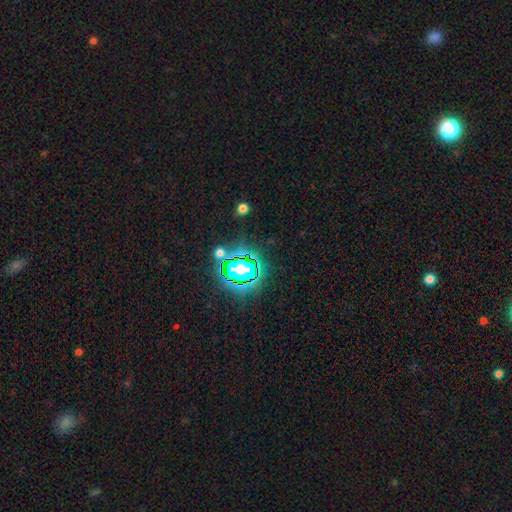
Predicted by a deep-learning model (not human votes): The model was most divided on "smooth or featured": star or artifact: 73%, smooth: 17%, featured or disk: 11%.